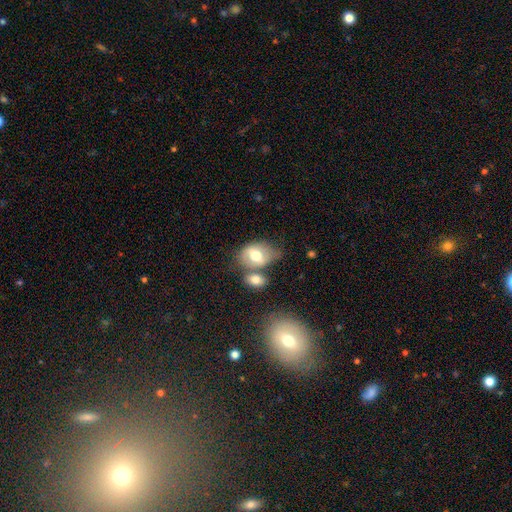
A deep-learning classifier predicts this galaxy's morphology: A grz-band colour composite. It shows a smooth galaxy with no disk features (60%) that is in between round and cigar-shaped (78%). Merging: none (36%, tied with merger).